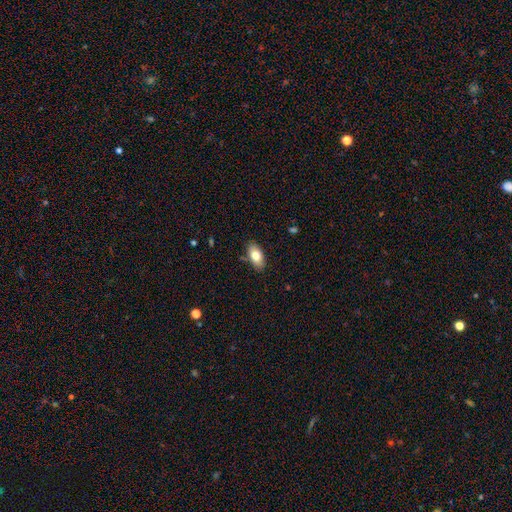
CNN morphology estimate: Smooth or featured?
  - smooth: 77% *
  - featured or disk: 16%
  - star or artifact: 7%
How rounded?
  - in between: 91% *
  - cigar-shaped: 5%
  - round: 4%
Merging?
  - none: 85% *
  - minor disturbance: 11%
  - major disturbance: 2%
  - merger: 2%